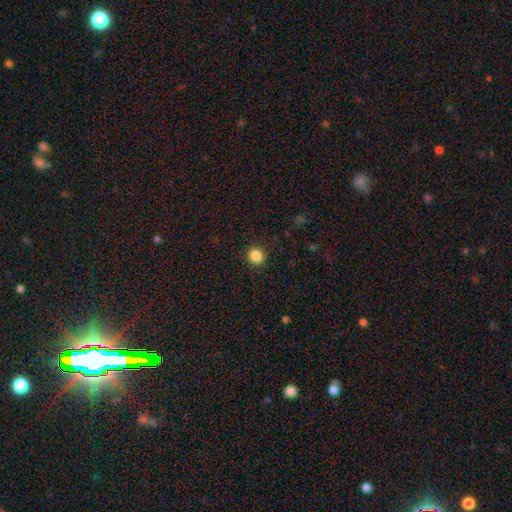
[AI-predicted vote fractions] Smooth or featured: smooth — 85% (star or artifact — 11%)
How rounded: round — 92% (in between — 7%)
Merging: none — 91% (minor disturbance — 6%)